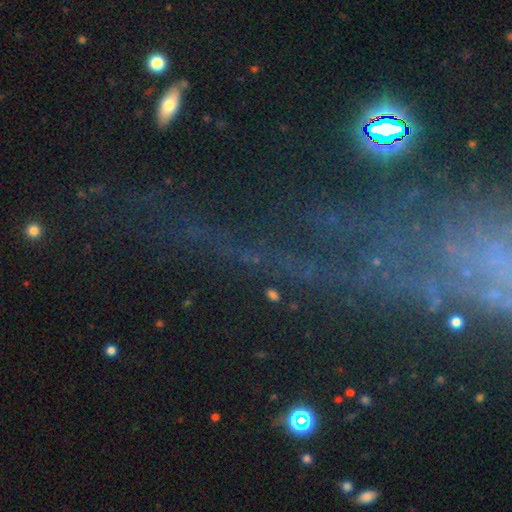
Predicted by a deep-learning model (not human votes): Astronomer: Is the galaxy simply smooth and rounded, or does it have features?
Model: star or artifact — 64%.